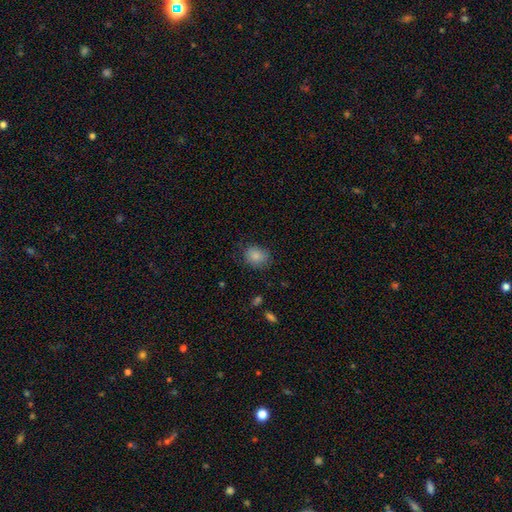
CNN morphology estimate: A smooth galaxy with no disk features (85%) that is round (53%).

Vote fractions:
- Smooth or featured? smooth: 85% / star or artifact: 9% / featured or disk: 6%
- How rounded? round: 53% / in between: 46% / cigar-shaped: 1%
- Merging? none: 74% / minor disturbance: 20% / major disturbance: 5% / merger: 1%